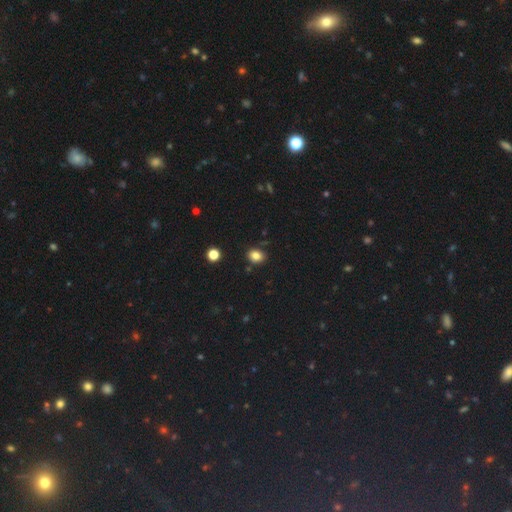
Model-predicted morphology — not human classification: The model was most divided on "how rounded": in between: 51%, round: 49%, cigar-shaped: 1%. More confident: merging — none (83%); smooth or featured — smooth (83%).